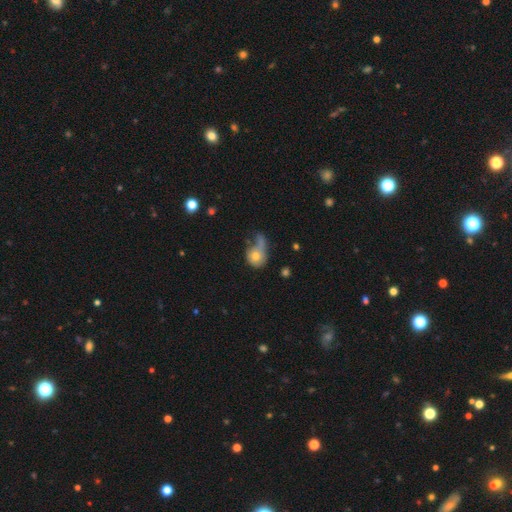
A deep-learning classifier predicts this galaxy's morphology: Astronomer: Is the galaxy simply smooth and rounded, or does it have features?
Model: smooth — 67%.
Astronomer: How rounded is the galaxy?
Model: round — 63%.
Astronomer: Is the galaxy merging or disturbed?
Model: major disturbance — 37% (runner-up: none, 23%).